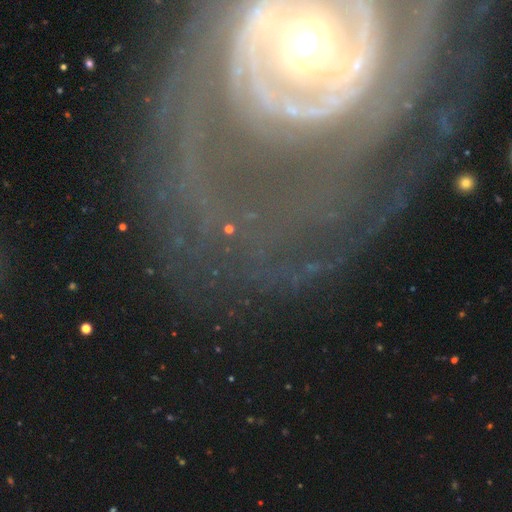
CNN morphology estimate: Smooth or featured?
  - featured or disk: 76% *
  - star or artifact: 14%
  - smooth: 11%
Edge-on disk?
  - no: 91% *
  - yes: 9%
Bar?
  - no: 50% *
  - strong: 26%
  - weak: 24%
Spiral arms?
  - yes: 80% *
  - no: 20%
Spiral winding?
  - tight: 65% *
  - medium: 24%
  - loose: 11%
Spiral arm count?
  - can't tell: 33% *
  - 2: 26%
  - 3: 12%
  - 1: 10%
  - more than 4: 10%
  - 4: 9%
Bulge size?
  - moderate: 52% *
  - small: 30%
  - large: 11%
  - dominant: 4%
  - none: 3%
Merging?
  - none: 65% *
  - major disturbance: 17%
  - minor disturbance: 14%
  - merger: 4%